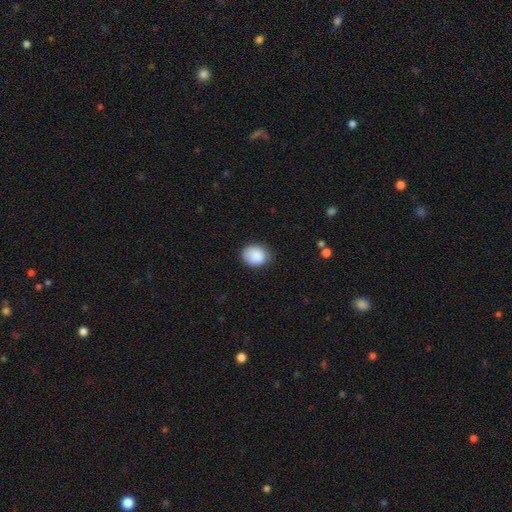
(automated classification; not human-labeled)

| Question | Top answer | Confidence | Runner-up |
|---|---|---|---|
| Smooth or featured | smooth | 88% | star or artifact (8%) |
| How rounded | round | 56% | in between (43%) |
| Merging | none | 77% | minor disturbance (18%) |